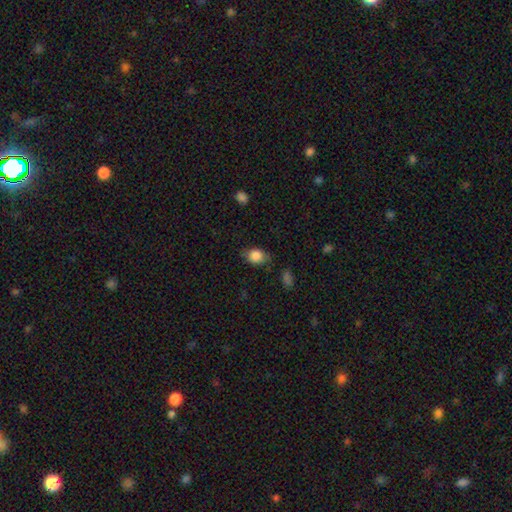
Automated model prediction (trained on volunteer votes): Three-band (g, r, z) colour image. It shows a smooth galaxy with no disk features (84%) that is in between round and cigar-shaped (64%). Merging: none (73%).